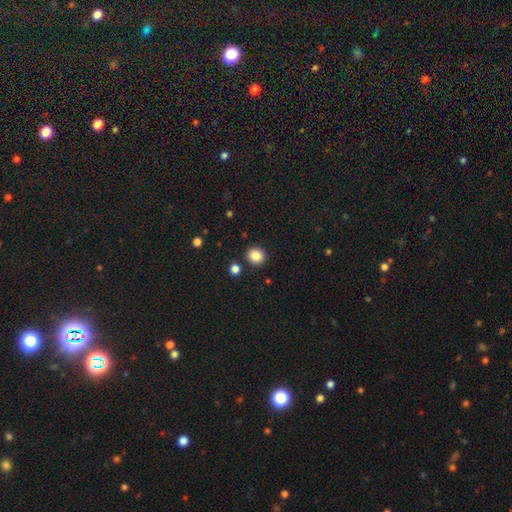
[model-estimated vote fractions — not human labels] smooth_or_featured: smooth (p=0.85) [alt: star or artifact p=0.10]
how_rounded: round (p=0.87) [alt: in between p=0.12]
merging: none (p=0.89) [alt: minor disturbance p=0.06]